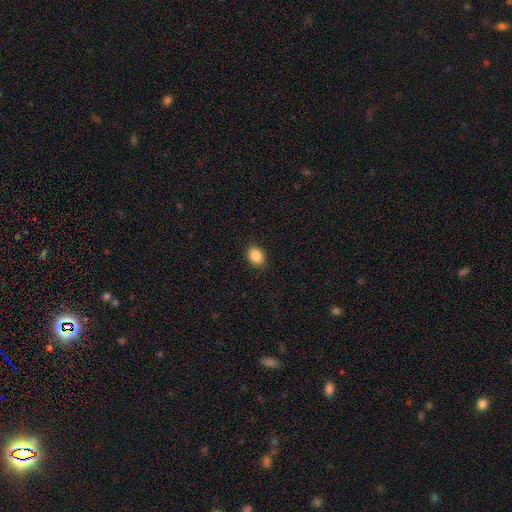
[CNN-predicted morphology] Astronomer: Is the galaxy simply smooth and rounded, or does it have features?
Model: smooth — 88%.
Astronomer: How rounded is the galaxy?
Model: in between — 66%.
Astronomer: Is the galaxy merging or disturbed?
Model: none — 85%.